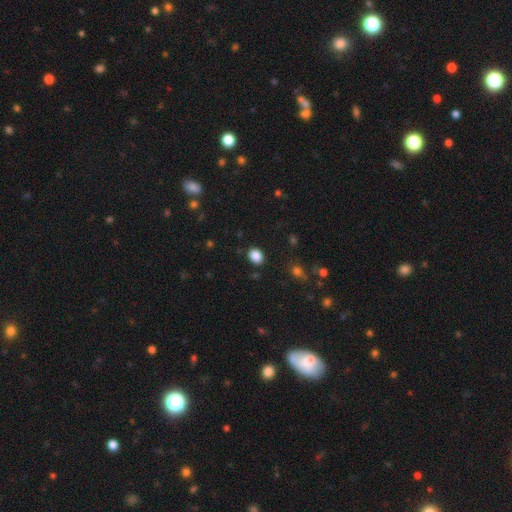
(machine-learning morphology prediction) A smooth galaxy with no disk features (87%) that is in between round and cigar-shaped (54%). Merging: none (88%).